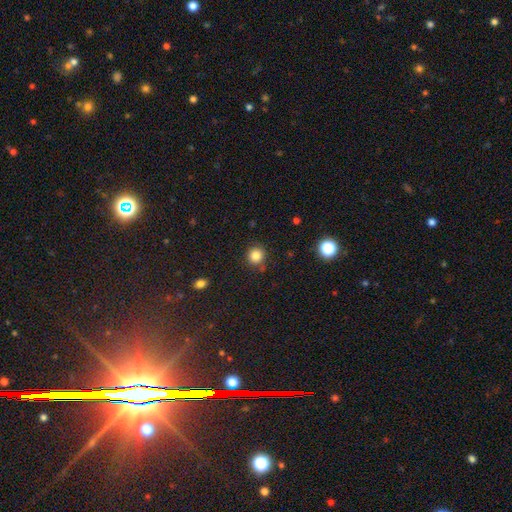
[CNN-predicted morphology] A smooth galaxy with no disk features (84%) that is round (92%).

Vote fractions:
- Smooth or featured? smooth: 84% / star or artifact: 12% / featured or disk: 5%
- How rounded? round: 92% / in between: 7% / cigar-shaped: 1%
- Merging? none: 86% / minor disturbance: 8% / merger: 3% / major disturbance: 2%